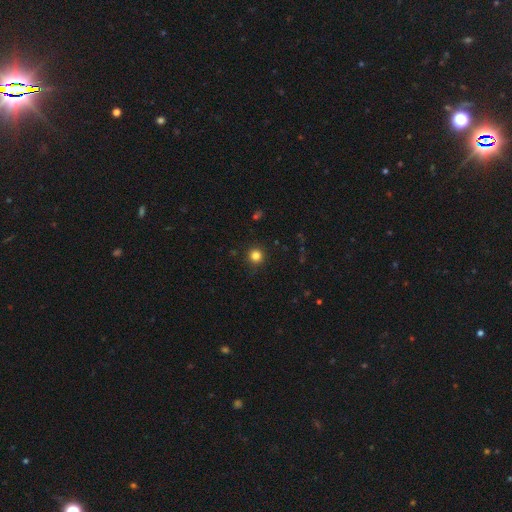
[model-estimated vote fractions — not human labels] A smooth galaxy with no disk features (83%) that is round (95%). Merging: none (90%).